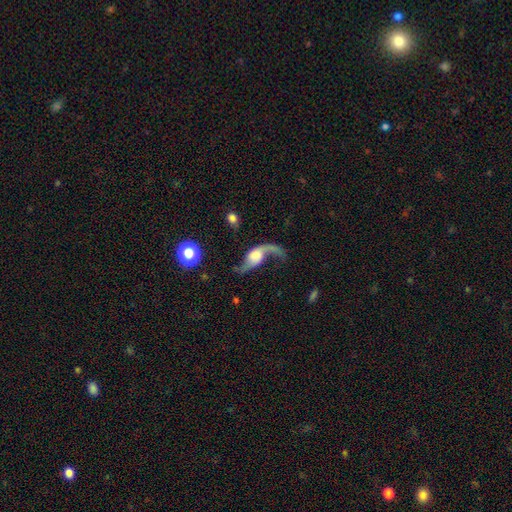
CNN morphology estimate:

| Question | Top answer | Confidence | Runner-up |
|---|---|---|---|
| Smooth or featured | featured or disk | 81% | smooth (12%) |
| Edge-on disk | no | 94% | yes (6%) |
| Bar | no | 66% | weak (26%) |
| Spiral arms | yes | 94% | no (6%) |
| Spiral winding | loose | 91% | medium (7%) |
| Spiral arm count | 2 | 82% | 1 (14%) |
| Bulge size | large | 31% | none (22%) |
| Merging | none | 47% | major disturbance (28%) |